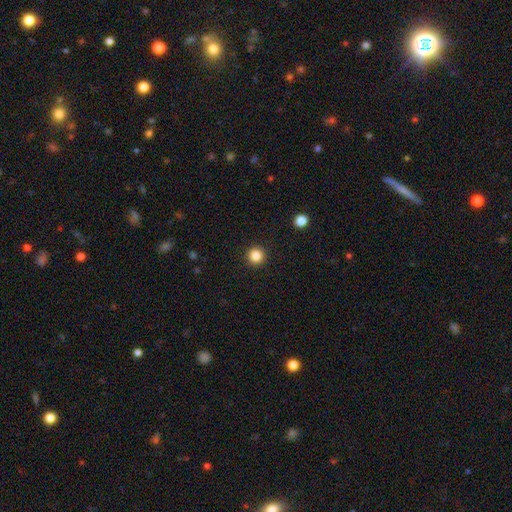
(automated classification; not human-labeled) Morphology: type=smooth (85%); roundness=round (96%); merging=none (93%).